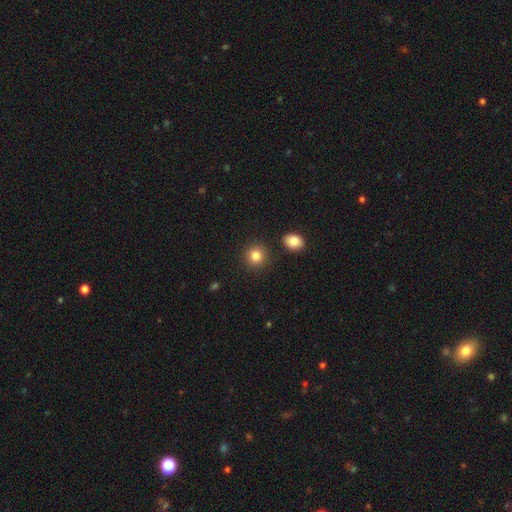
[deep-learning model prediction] Smooth or featured? smooth (85%)
How rounded? round (89%)
Merging? none (88%)